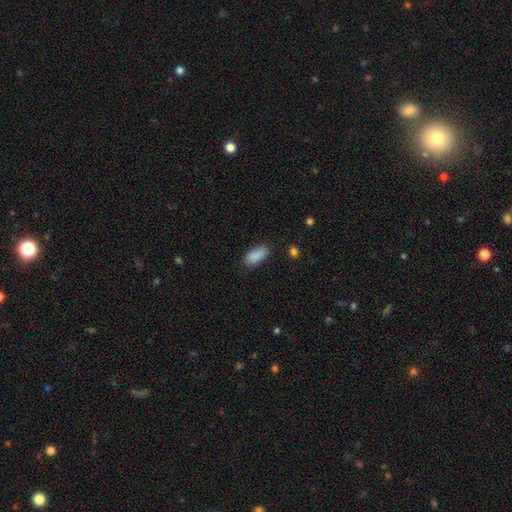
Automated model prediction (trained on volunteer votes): Smooth or featured: smooth — 89% (star or artifact — 8%)
How rounded: in between — 82% (cigar-shaped — 16%)
Merging: none — 80% (minor disturbance — 15%)